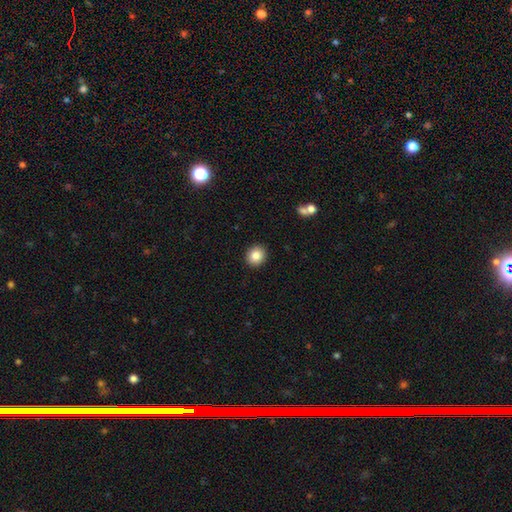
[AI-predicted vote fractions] A smooth galaxy with no disk features (85%) that is round (82%). Merging: none (92%).